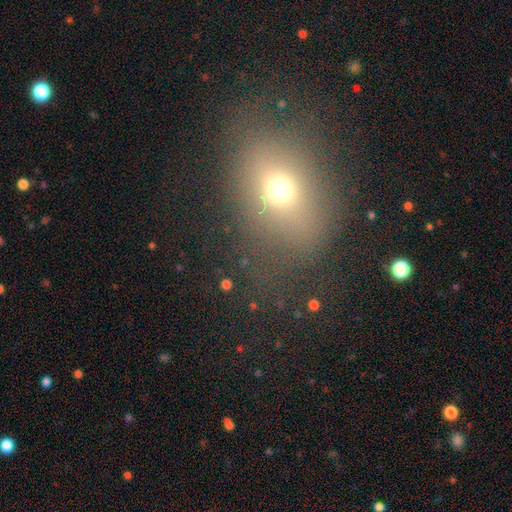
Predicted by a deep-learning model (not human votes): Smooth or featured?
  - smooth: 62% *
  - star or artifact: 22%
  - featured or disk: 17%
How rounded?
  - in between: 57% *
  - round: 41%
  - cigar-shaped: 2%
Merging?
  - none: 72% *
  - minor disturbance: 16%
  - major disturbance: 10%
  - merger: 2%